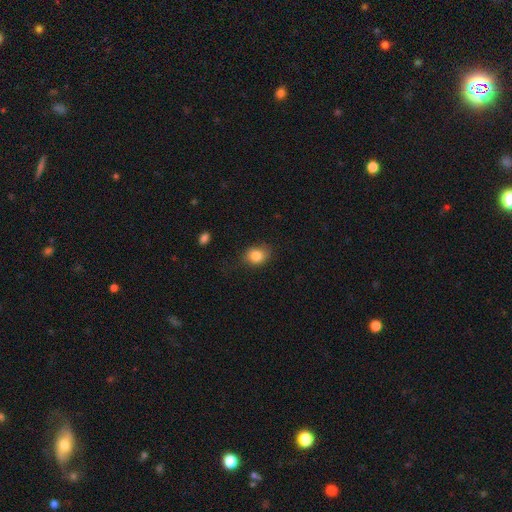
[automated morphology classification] A smooth galaxy with no disk features (83%) that is round (50%). Merging: none (71%).